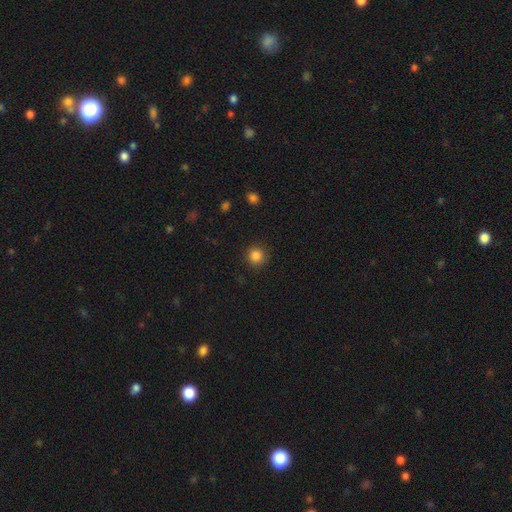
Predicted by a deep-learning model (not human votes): The model was most divided on "smooth or featured": smooth: 85%, star or artifact: 11%, featured or disk: 4%. More confident: how rounded — round (94%); merging — none (90%).